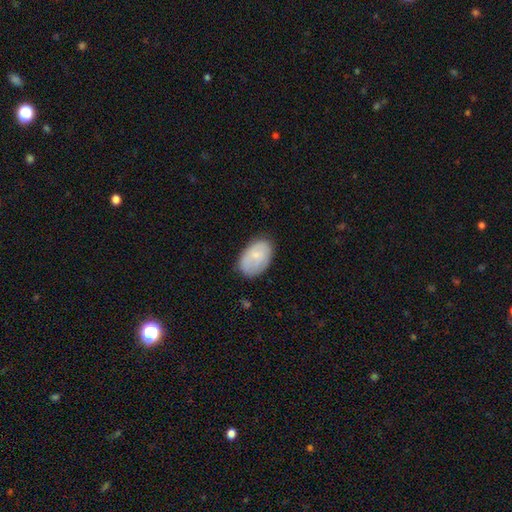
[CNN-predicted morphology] Q: Smooth or featured?
A: smooth (71%); runner-up: featured or disk (23%)
Q: How rounded?
A: in between (89%); runner-up: round (9%)
Q: Merging?
A: none (75%); runner-up: minor disturbance (19%)